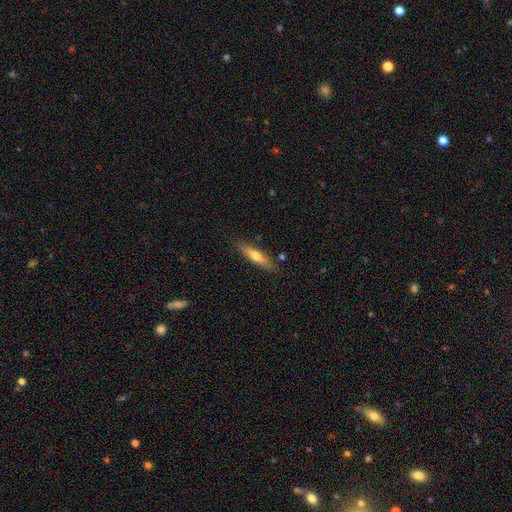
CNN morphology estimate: Smooth or featured? Predicted: smooth (p=0.61). How rounded? Predicted: cigar-shaped (p=0.79). Merging? Predicted: none (p=0.84).